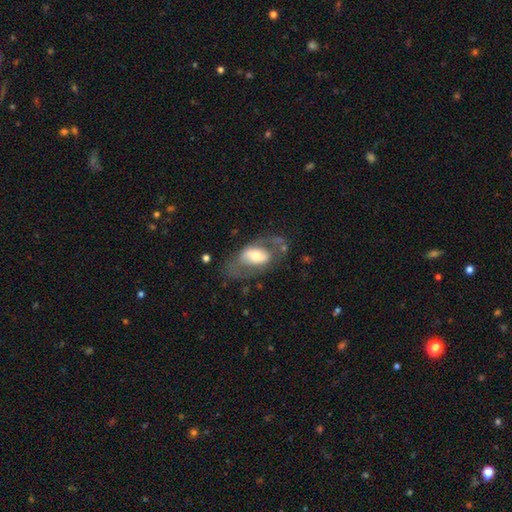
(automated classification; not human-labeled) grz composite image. It shows a featured or disk galaxy (56%) with no bar (41%), no spiral arms (52%) and a moderate central bulge (58%). Merging: none (52%).